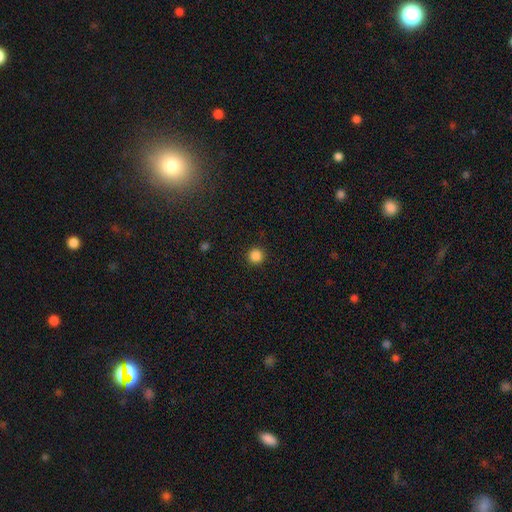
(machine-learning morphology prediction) type=smooth (86%); roundness=round (96%); merging=none (93%).